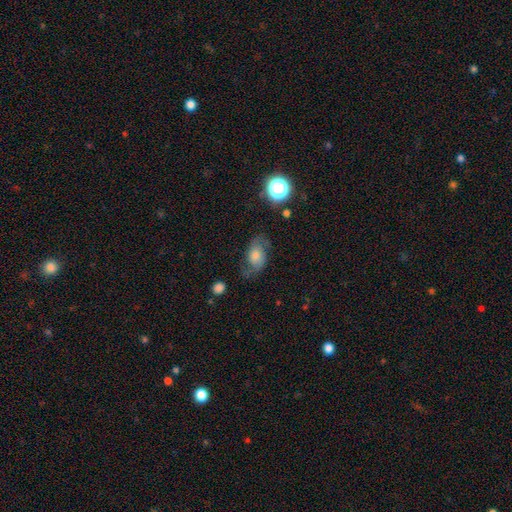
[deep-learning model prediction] This appears to be a featured or disk galaxy (57%) with no bar (72%), spiral arms (88%) and a moderate central bulge (46%). Merging: none (66%).